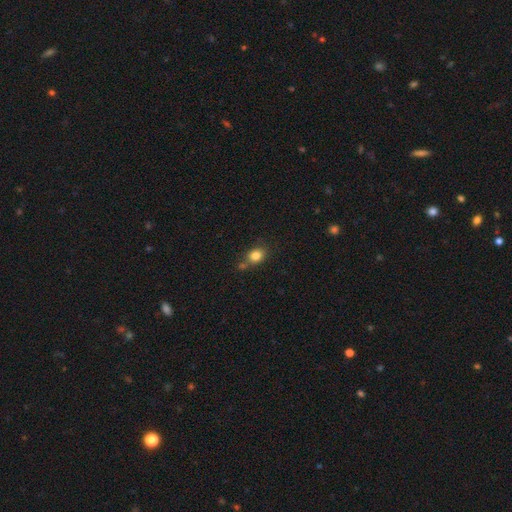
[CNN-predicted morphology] Smooth or featured? Predicted: smooth (p=0.82). How rounded? Predicted: round (p=0.51). Merging? Predicted: none (p=0.63).